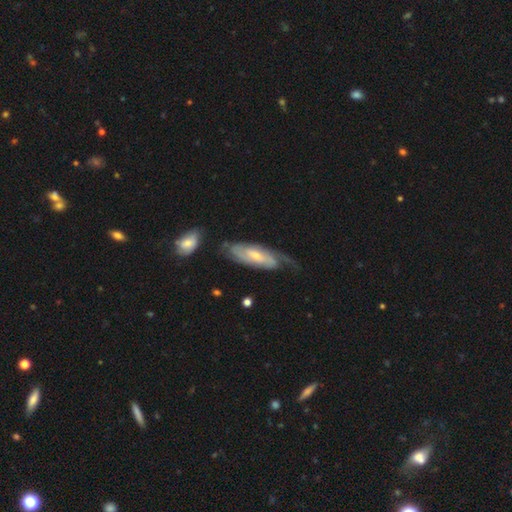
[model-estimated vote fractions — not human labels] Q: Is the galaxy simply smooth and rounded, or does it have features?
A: featured or disk — 74%.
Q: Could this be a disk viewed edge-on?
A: no — 86%.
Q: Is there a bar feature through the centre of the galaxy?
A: no — 42%, tied with weak.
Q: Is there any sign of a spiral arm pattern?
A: yes — 91%.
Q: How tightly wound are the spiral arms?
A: tight — 47%.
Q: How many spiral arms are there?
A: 2 — 49%.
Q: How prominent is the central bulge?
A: small — 53%.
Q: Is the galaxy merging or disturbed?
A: none — 53%.